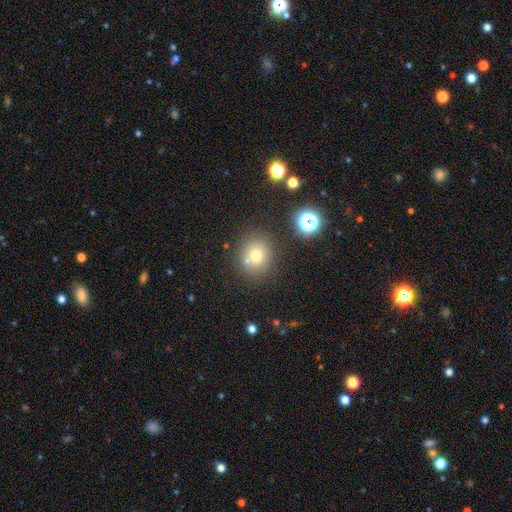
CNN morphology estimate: Overall: smooth (70%). How rounded: round (83%). Merging: none (71%).